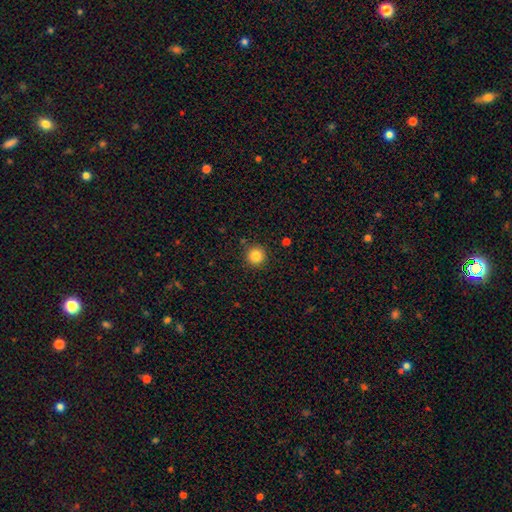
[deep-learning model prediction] smooth 84%, star or artifact 11%, featured or disk 5%. Down the decision tree: how rounded — round (95%); merging — none (90%).